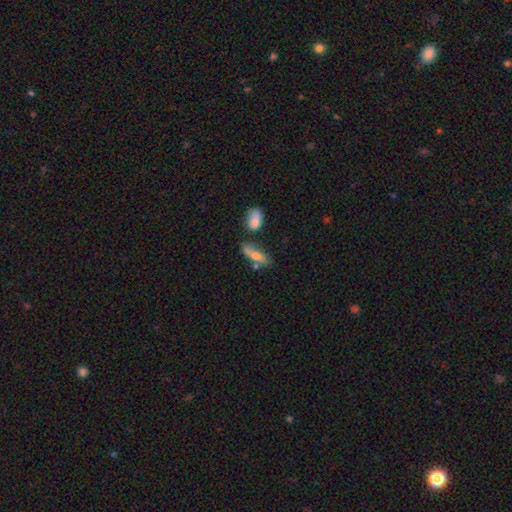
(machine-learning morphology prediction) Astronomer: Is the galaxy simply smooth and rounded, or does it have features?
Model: smooth — 64%.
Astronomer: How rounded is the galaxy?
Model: in between — 56% (runner-up: cigar-shaped, 41%).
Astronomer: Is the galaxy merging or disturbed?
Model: none — 55%.